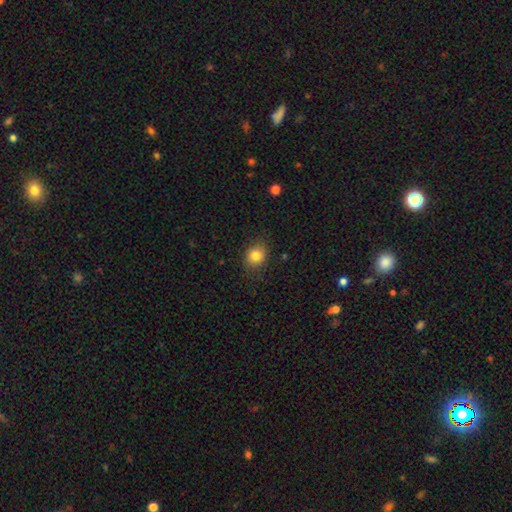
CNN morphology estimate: This is clearly a smooth galaxy (82%). How rounded: possibly round (58%). Merging: clearly none (81%).